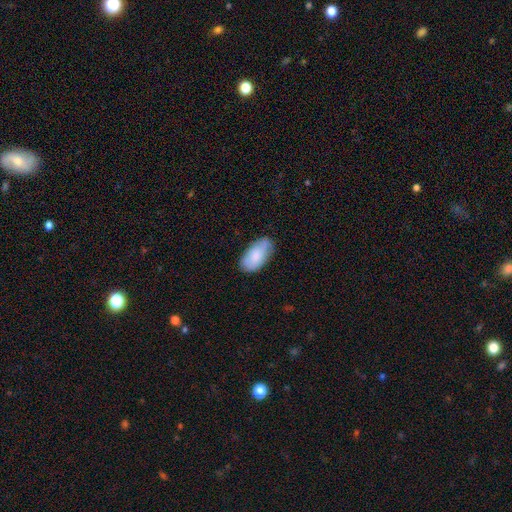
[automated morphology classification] The model was most divided on "merging": none: 74%, minor disturbance: 21%, major disturbance: 3%, merger: 1%. More confident: how rounded — in between (95%); smooth or featured — smooth (80%).